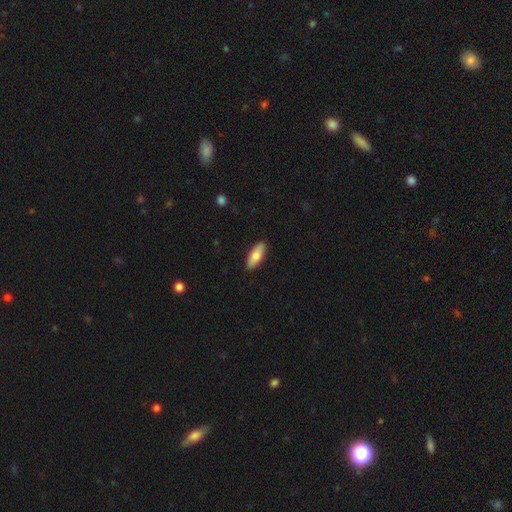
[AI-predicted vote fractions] Smooth or featured: smooth — 78% (featured or disk — 17%)
How rounded: in between — 77% (cigar-shaped — 21%)
Merging: none — 89% (minor disturbance — 8%)